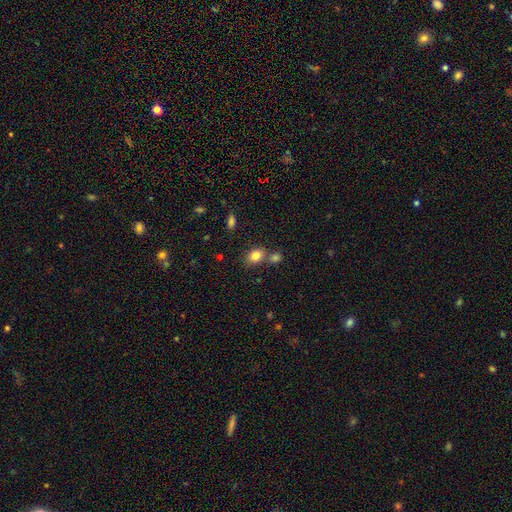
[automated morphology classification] Smooth or featured: smooth — 83% (star or artifact — 10%)
How rounded: in between — 61% (round — 38%)
Merging: none — 60% (merger — 25%)